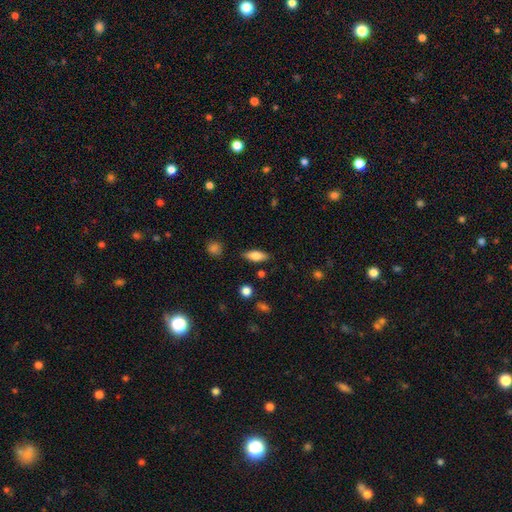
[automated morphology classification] smooth-or-featured: smooth: 69% | featured or disk: 24% | star or artifact: 7%
  how-rounded: in between: 69% | cigar-shaped: 28% | round: 3%
  merging: none: 84% | minor disturbance: 11% | major disturbance: 3% | merger: 2%